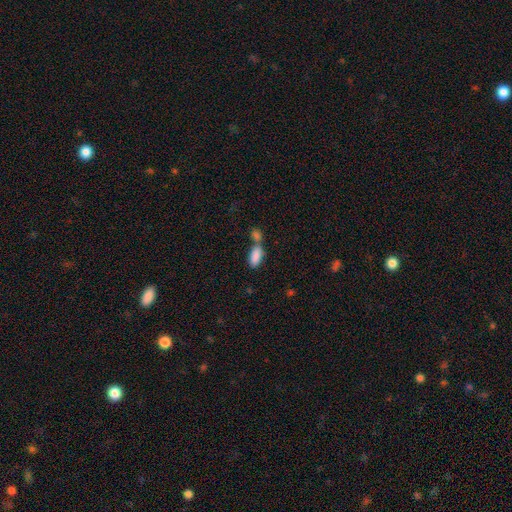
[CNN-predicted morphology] A smooth galaxy with no disk features (85%) that is in between round and cigar-shaped (87%). Merging: merger (54%).